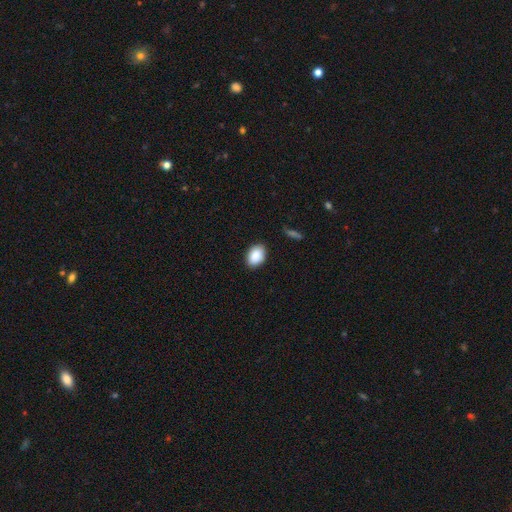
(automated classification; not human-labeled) Smooth or featured? Predicted: smooth (p=0.89). How rounded? Predicted: in between (p=0.83). Merging? Predicted: none (p=0.86).